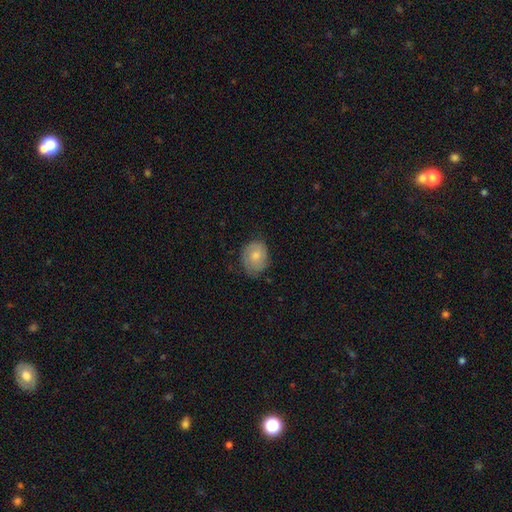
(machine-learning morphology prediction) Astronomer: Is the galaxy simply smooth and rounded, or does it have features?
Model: smooth — 67%.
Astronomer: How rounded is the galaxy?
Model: round — 50% (runner-up: in between, 49%).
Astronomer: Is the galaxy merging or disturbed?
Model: none — 67%.